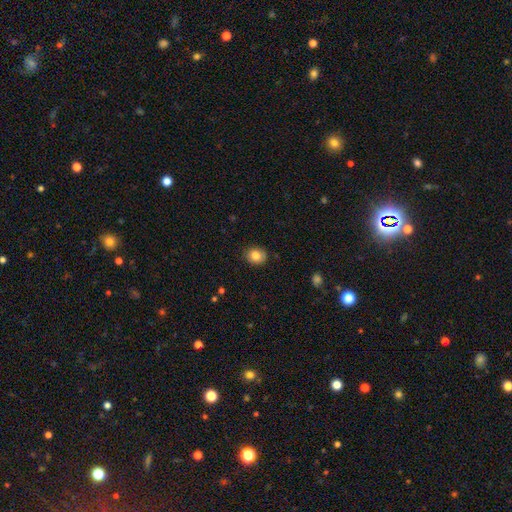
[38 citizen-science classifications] smooth 92%, featured or disk 5%, star or artifact 3%. Down the decision tree: how rounded — round (83%); merging — none (95%).